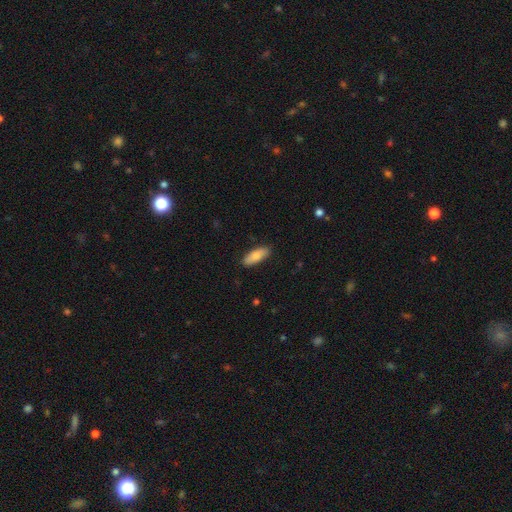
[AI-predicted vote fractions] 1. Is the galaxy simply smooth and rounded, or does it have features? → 82% smooth, 13% featured or disk, 6% star or artifact.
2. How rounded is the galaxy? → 74% in between, 25% cigar-shaped, 2% round.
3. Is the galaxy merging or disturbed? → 87% none, 10% minor disturbance, 2% major disturbance, 1% merger.